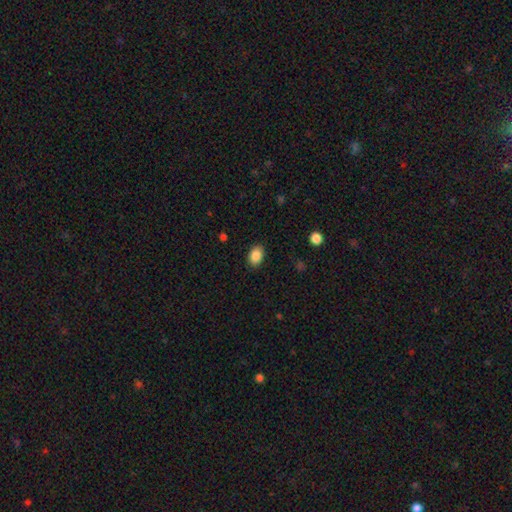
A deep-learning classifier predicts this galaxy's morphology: Smooth or featured? Predicted: smooth (p=0.88). How rounded? Predicted: in between (p=0.81). Merging? Predicted: none (p=0.88).